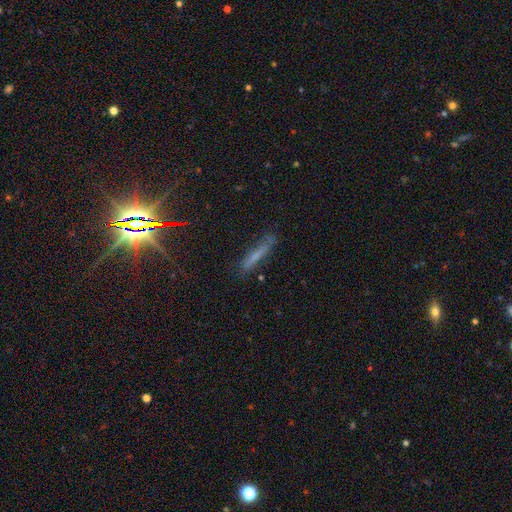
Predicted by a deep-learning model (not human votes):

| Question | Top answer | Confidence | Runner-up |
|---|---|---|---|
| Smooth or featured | smooth | 52% | featured or disk (28%) |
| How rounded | cigar-shaped | 91% | in between (7%) |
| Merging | none | 75% | minor disturbance (18%) |